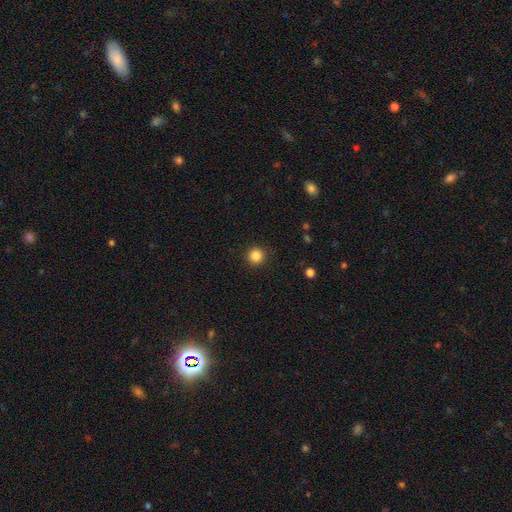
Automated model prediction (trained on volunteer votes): A smooth galaxy with no disk features (85%) that is round (95%). Merging: none (92%).